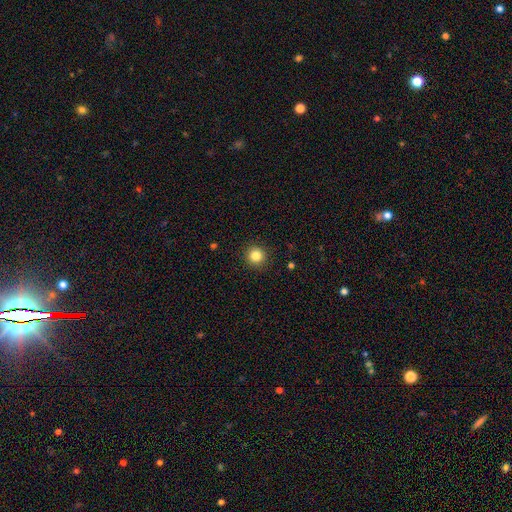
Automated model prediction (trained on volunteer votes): This is clearly a smooth galaxy (84%). How rounded: clearly round (94%). Merging: clearly none (92%).